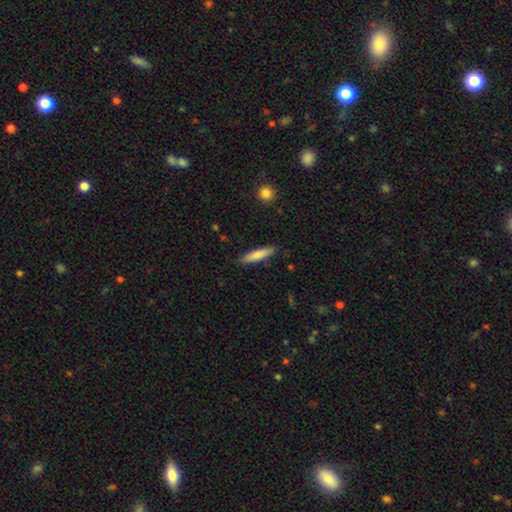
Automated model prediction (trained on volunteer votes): Q: Smooth or featured?
A: smooth (76%); runner-up: featured or disk (18%)
Q: How rounded?
A: cigar-shaped (85%); runner-up: in between (14%)
Q: Merging?
A: none (89%); runner-up: minor disturbance (8%)